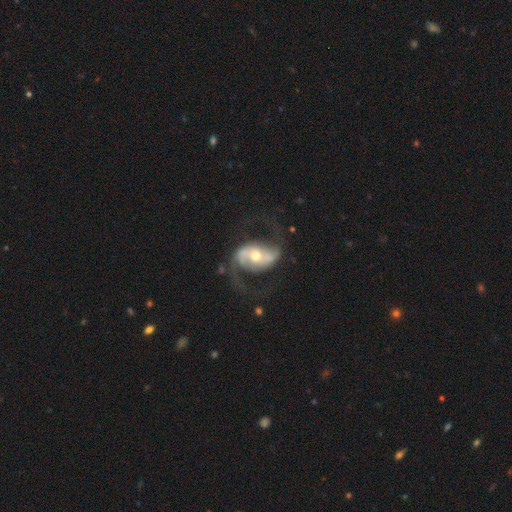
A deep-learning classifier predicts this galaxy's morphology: Smooth or featured? Predicted: featured or disk (p=0.88). Edge-on disk? Predicted: no (p=0.97). Bar? Predicted: strong (p=0.36). Spiral arms? Predicted: yes (p=0.95). Spiral winding? Predicted: loose (p=0.53). Spiral arm count? Predicted: 2 (p=0.93). Bulge size? Predicted: moderate (p=0.66). Merging? Predicted: none (p=0.70).